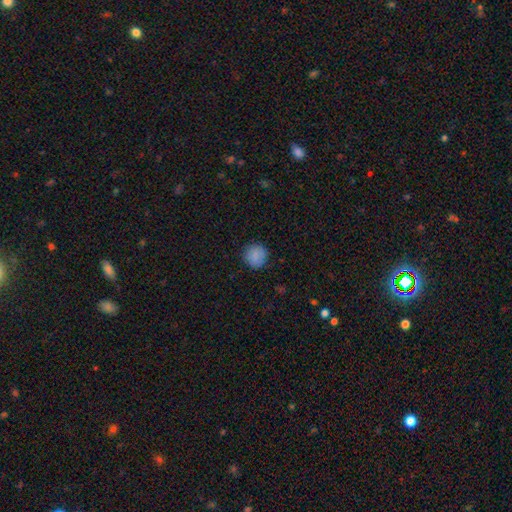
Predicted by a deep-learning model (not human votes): Overall: smooth (84%). How rounded: round (91%). Merging: none (85%).